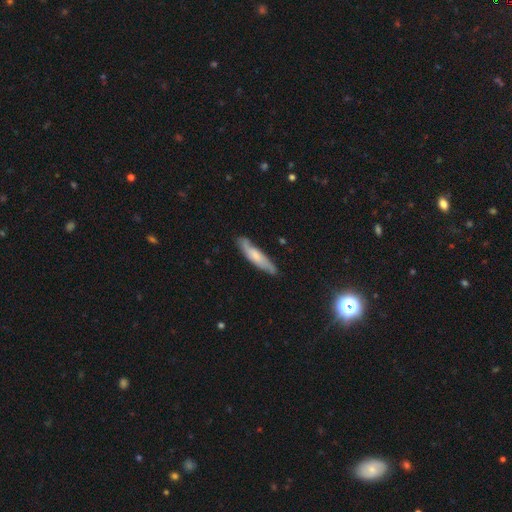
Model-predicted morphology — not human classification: smooth_or_featured: smooth (p=0.51) [alt: featured or disk p=0.43]
how_rounded: cigar-shaped (p=0.77) [alt: in between p=0.21]
merging: none (p=0.77) [alt: minor disturbance p=0.18]